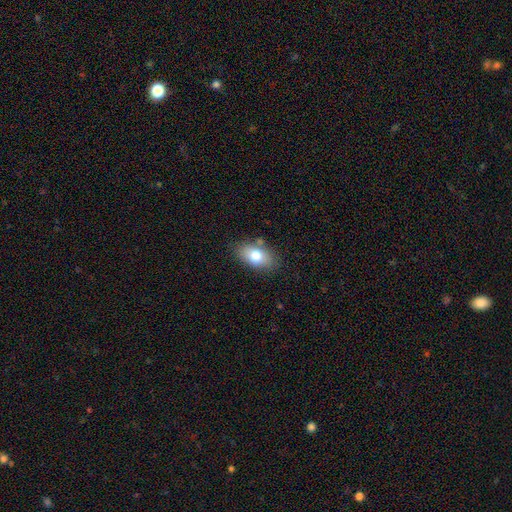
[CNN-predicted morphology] Smooth or featured: smooth — 77% (featured or disk — 15%)
How rounded: in between — 90% (round — 7%)
Merging: none — 79% (minor disturbance — 14%)